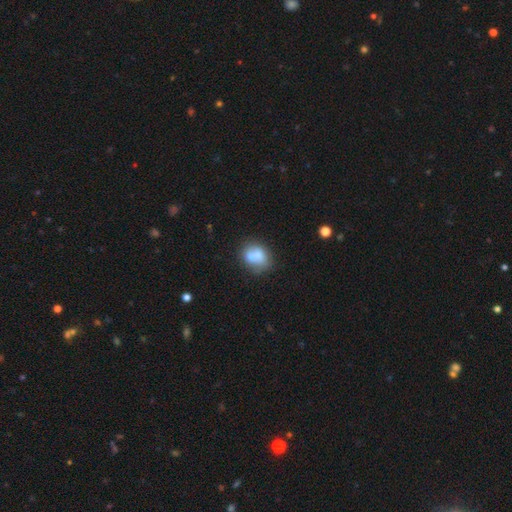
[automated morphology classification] Smooth or featured: smooth — 70% (featured or disk — 21%)
How rounded: in between — 51% (round — 48%)
Merging: none — 43% (merger — 31%)